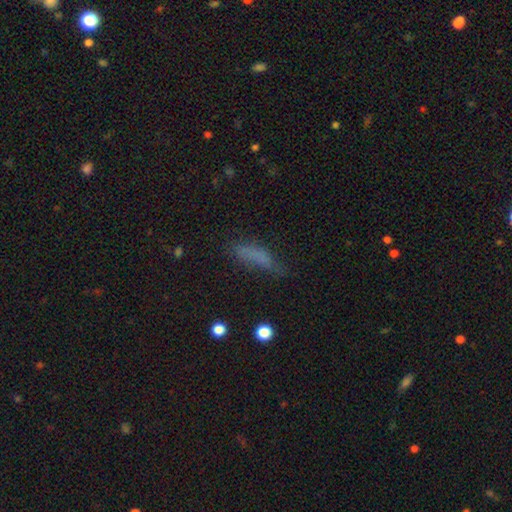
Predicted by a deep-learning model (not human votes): smooth_or_featured: smooth (p=0.71) [alt: featured or disk p=0.15]
how_rounded: cigar-shaped (p=0.59) [alt: in between p=0.38]
merging: none (p=0.52) [alt: minor disturbance p=0.29]